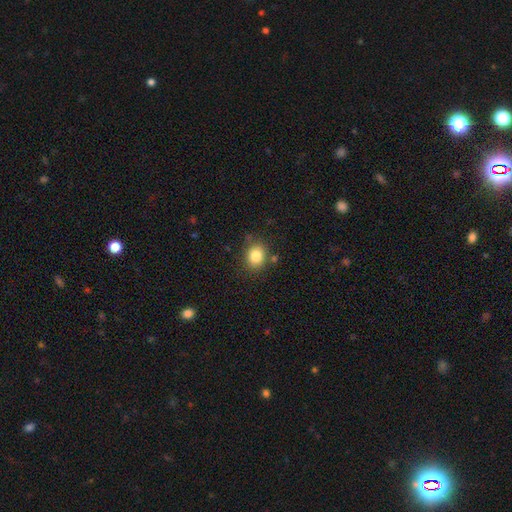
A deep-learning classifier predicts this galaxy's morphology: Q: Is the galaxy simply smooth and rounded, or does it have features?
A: smooth — 83%.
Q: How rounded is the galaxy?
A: round — 63%.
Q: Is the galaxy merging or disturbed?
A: none — 80%.